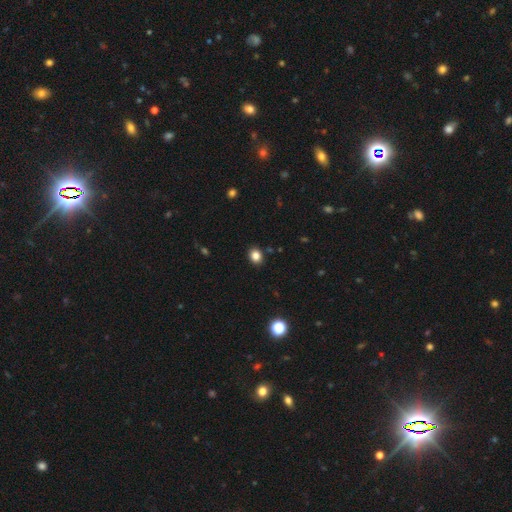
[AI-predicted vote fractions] smooth-or-featured: smooth: 84% | star or artifact: 11% | featured or disk: 5%
  how-rounded: round: 52% | in between: 47% | cigar-shaped: 1%
  merging: none: 89% | minor disturbance: 8% | major disturbance: 2% | merger: 2%